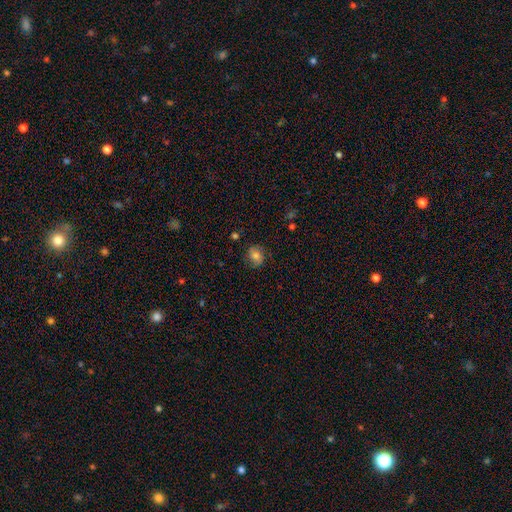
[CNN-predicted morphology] Smooth or featured?
  - smooth: 65% *
  - featured or disk: 24%
  - star or artifact: 11%
How rounded?
  - round: 66% *
  - in between: 33%
  - cigar-shaped: 1%
Merging?
  - none: 78% *
  - minor disturbance: 16%
  - major disturbance: 5%
  - merger: 1%